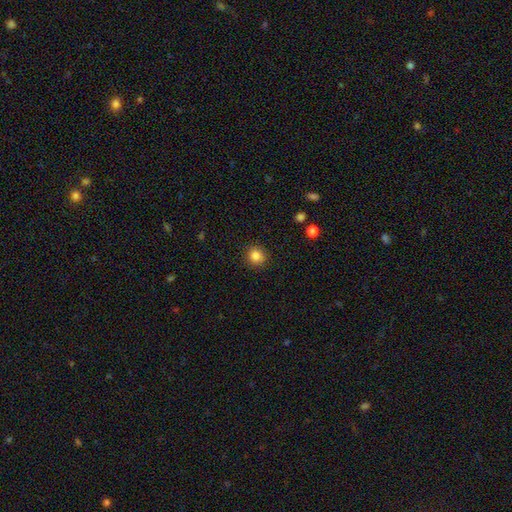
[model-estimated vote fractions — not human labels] Smooth or featured? Predicted: smooth (p=0.84). How rounded? Predicted: round (p=0.90). Merging? Predicted: none (p=0.90).